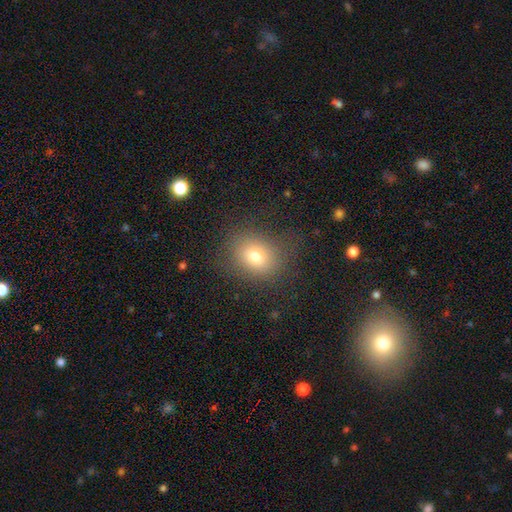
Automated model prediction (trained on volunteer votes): smooth 74%, star or artifact 14%, featured or disk 12%. Down the decision tree: how rounded — round (55%); merging — none (74%).